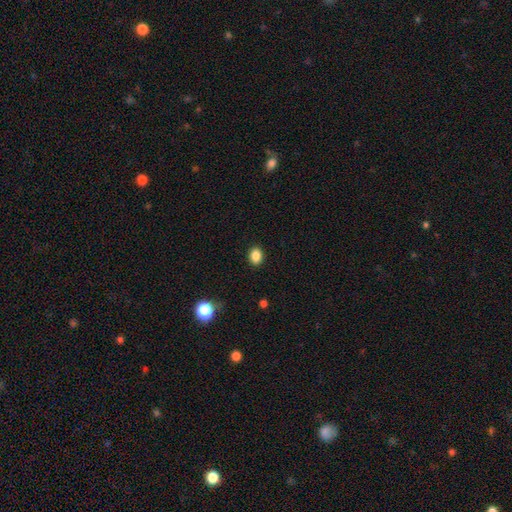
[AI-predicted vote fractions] A smooth galaxy with no disk features (87%) that is in between round and cigar-shaped (61%). Merging: none (89%).